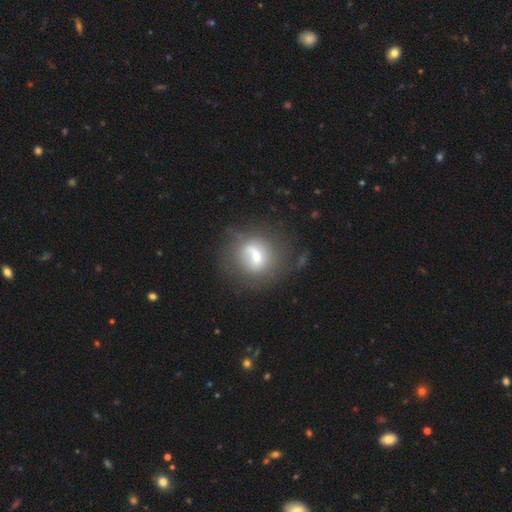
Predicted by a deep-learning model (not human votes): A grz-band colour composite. It shows a smooth galaxy with no disk features (52%) that is round (75%). Merging: none (52%).